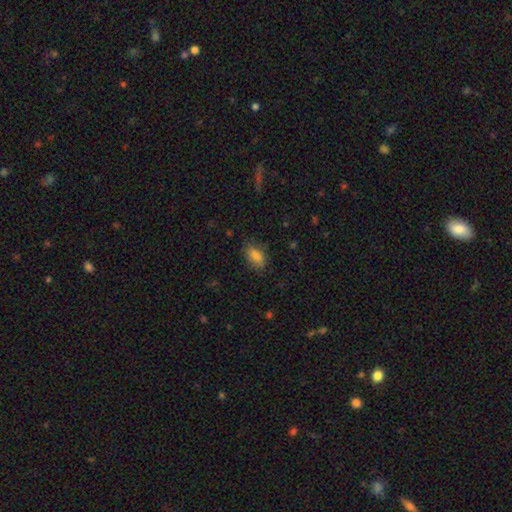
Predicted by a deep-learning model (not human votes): Morphology: type=smooth (82%); roundness=in between (86%); merging=none (79%).